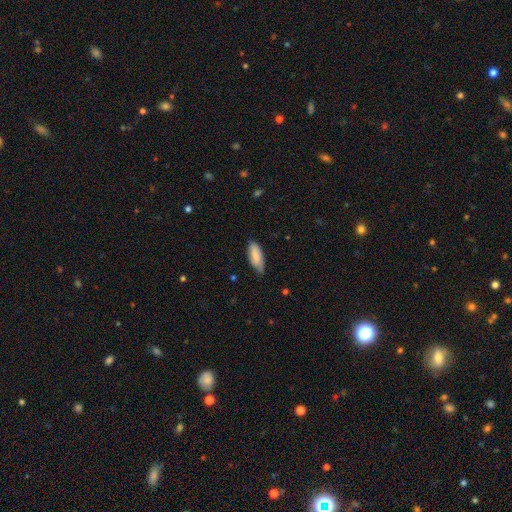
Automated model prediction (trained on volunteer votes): Morphology: type=smooth (80%); roundness=in between (78%); merging=none (65%).